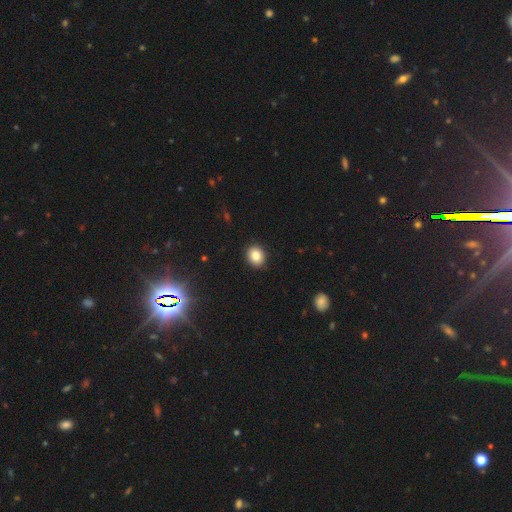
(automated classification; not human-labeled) A smooth galaxy with no disk features (84%) that is round (67%).

Vote fractions:
- Smooth or featured? smooth: 84% / star or artifact: 10% / featured or disk: 7%
- How rounded? round: 67% / in between: 32% / cigar-shaped: 1%
- Merging? none: 91% / minor disturbance: 6% / major disturbance: 2% / merger: 1%